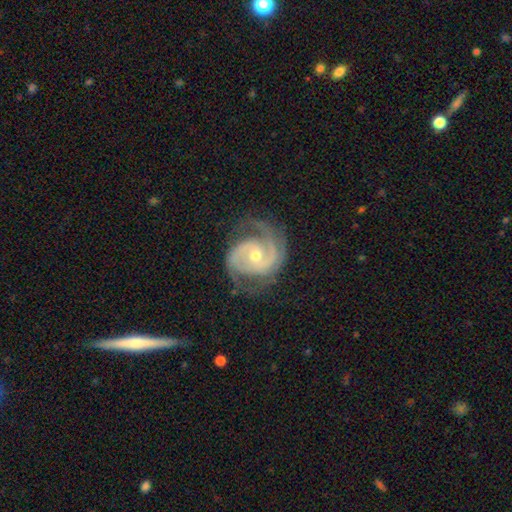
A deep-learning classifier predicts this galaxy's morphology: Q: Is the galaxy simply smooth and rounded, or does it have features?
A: featured or disk — 91%.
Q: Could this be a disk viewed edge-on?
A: no — 98%.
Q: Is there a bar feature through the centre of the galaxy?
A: no — 61%.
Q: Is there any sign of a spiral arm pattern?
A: yes — 98%.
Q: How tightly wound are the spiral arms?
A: tight — 47%.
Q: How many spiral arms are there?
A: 2 — 79%.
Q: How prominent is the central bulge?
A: moderate — 52%.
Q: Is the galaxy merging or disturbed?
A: none — 72%.